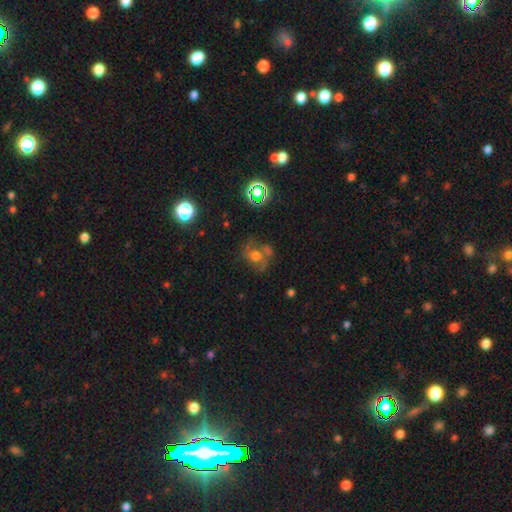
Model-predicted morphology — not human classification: Overall: featured or disk (45%; smooth 31%). Merging: none (50%; minor disturbance 18%).